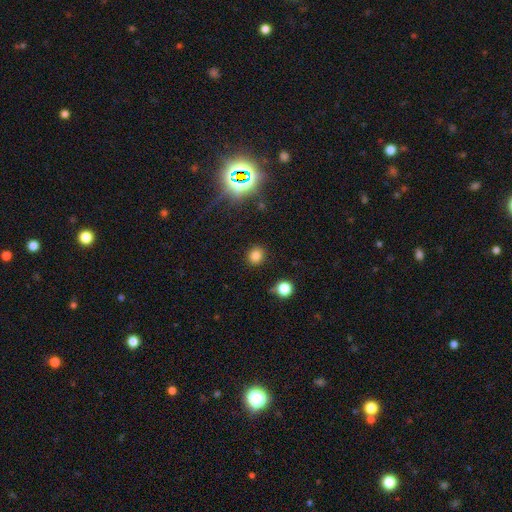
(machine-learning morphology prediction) Overall: smooth (79%). How rounded: round (78%). Merging: none (88%).